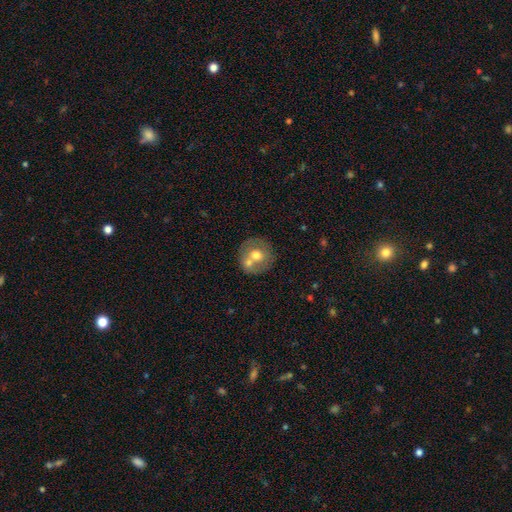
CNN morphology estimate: Smooth or featured? Predicted: smooth (p=0.59). How rounded? Predicted: round (p=0.88). Merging? Predicted: none (p=0.51).